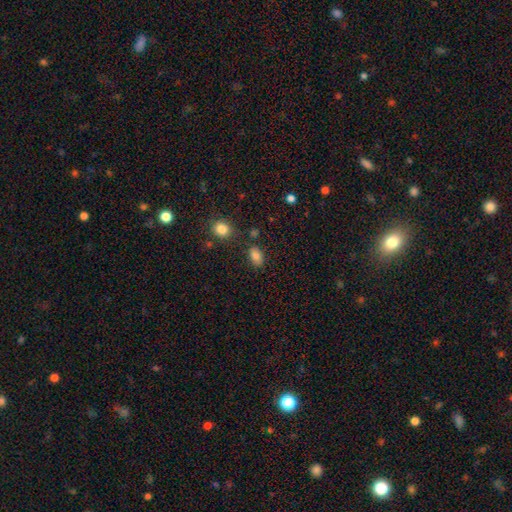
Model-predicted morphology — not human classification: Smooth or featured: smooth — 83% (star or artifact — 10%)
How rounded: in between — 86% (round — 12%)
Merging: none — 79% (minor disturbance — 12%)